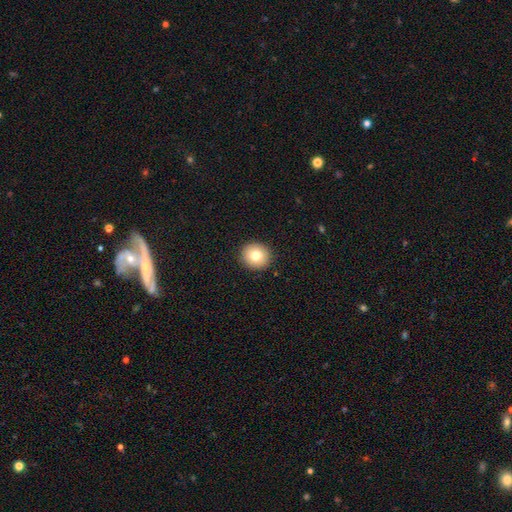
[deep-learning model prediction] This appears to be a smooth galaxy with no disk features (77%) that is round (91%). Merging: none (92%).